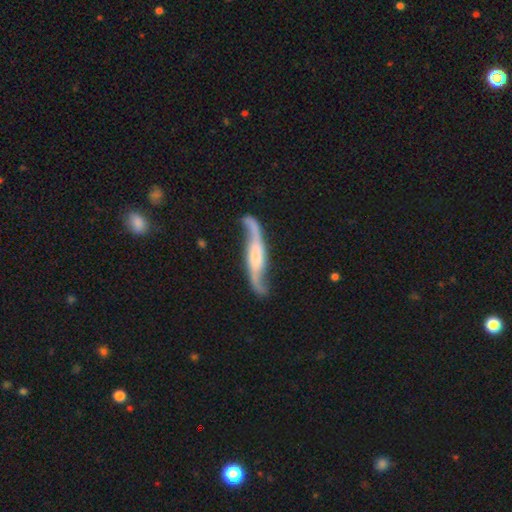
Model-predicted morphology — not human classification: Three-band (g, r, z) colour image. It shows a featured or disk galaxy (86%) with no bar (51%), 2 (93%) loose (87%) spiral arms (96%) and a small central bulge (43%). Merging: none (73%).